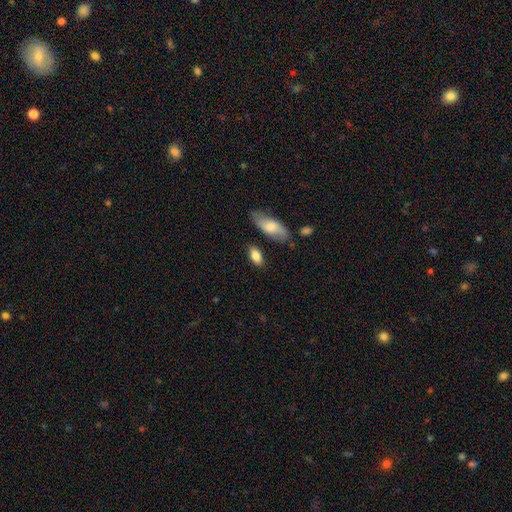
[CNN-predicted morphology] smooth_or_featured: smooth (p=0.83) [alt: featured or disk p=0.11]
how_rounded: in between (p=0.89) [alt: cigar-shaped p=0.07]
merging: none (p=0.77) [alt: minor disturbance p=0.14]